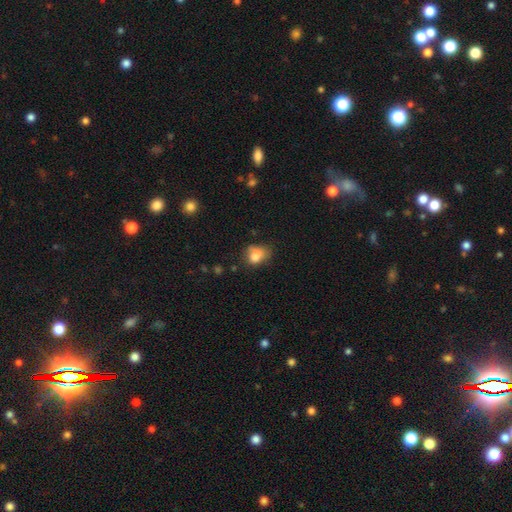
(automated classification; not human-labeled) This appears to be a smooth galaxy with no disk features (77%) that is in between round and cigar-shaped (62%). Merging: none (42%).